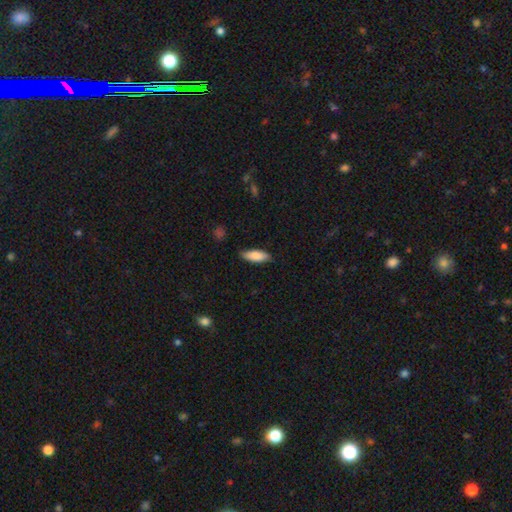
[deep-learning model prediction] Smooth or featured: smooth — 84% (featured or disk — 10%)
How rounded: in between — 69% (cigar-shaped — 29%)
Merging: none — 85% (minor disturbance — 12%)